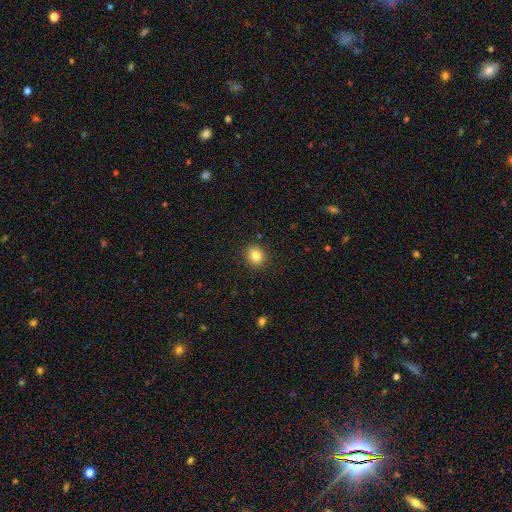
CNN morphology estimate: A smooth galaxy with no disk features (83%) that is round (85%).

Vote fractions:
- Smooth or featured? smooth: 83% / star or artifact: 11% / featured or disk: 6%
- How rounded? round: 85% / in between: 14% / cigar-shaped: 1%
- Merging? none: 91% / minor disturbance: 6% / major disturbance: 2% / merger: 1%